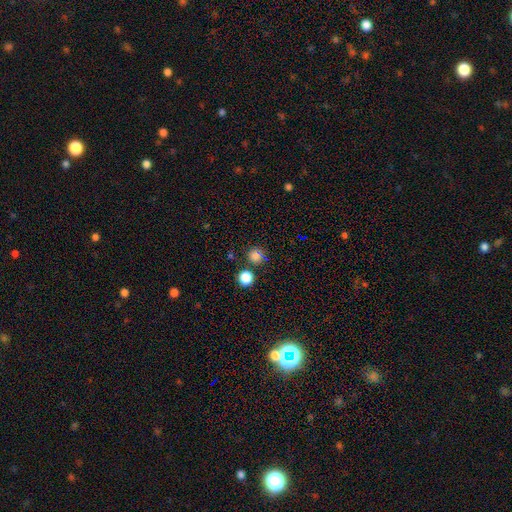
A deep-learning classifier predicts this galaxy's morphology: This is likely a smooth galaxy (75%). How rounded: clearly round (93%). Merging: likely none (77%).